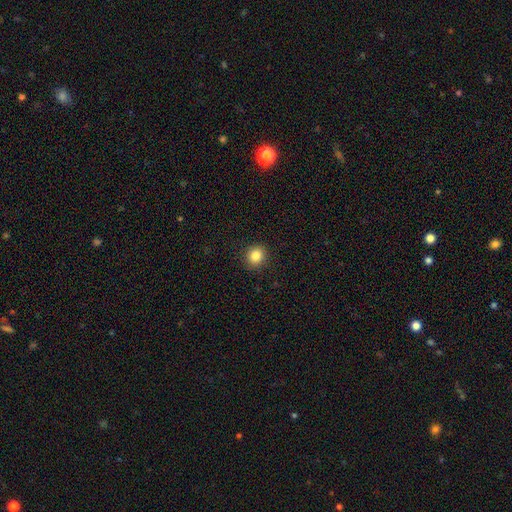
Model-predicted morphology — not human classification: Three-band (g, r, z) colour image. It shows a smooth galaxy with no disk features (84%) that is round (87%). Merging: none (92%).